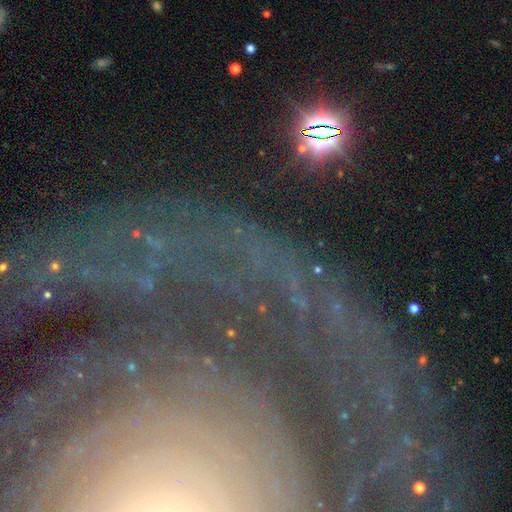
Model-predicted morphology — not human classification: Overall: star or artifact (72%).